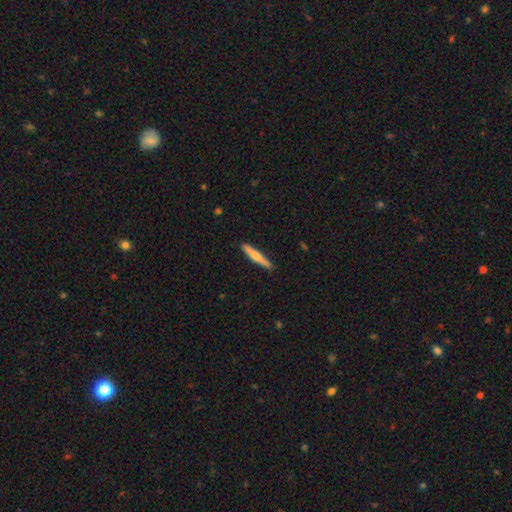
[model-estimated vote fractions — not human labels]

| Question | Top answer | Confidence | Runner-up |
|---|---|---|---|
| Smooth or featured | smooth | 53% | featured or disk (41%) |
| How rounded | cigar-shaped | 93% | in between (5%) |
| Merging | none | 91% | minor disturbance (7%) |